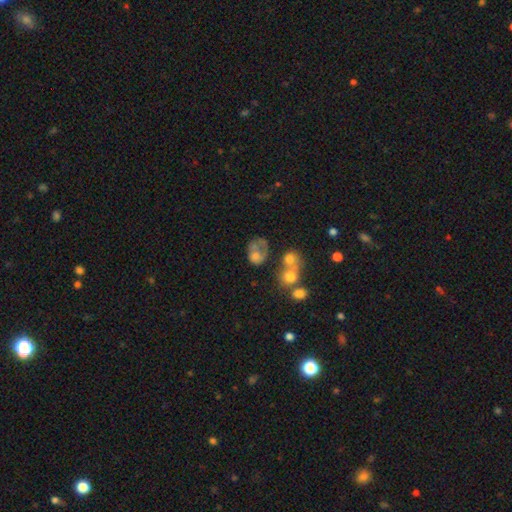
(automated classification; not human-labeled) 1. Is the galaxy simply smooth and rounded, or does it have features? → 54% smooth, 34% featured or disk, 12% star or artifact.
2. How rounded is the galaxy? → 56% in between, 43% round, 1% cigar-shaped.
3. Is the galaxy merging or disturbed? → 35% merger, 27% major disturbance, 23% none, 16% minor disturbance.